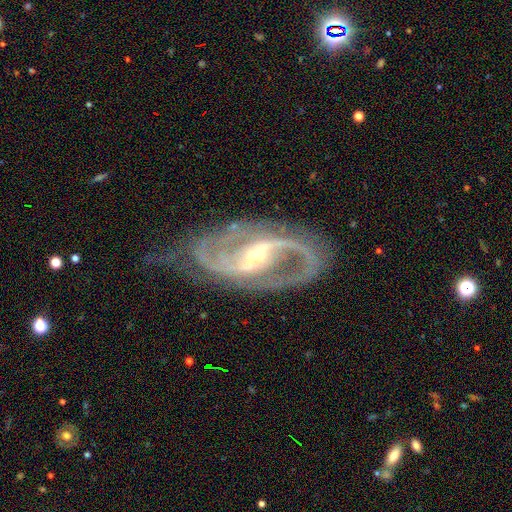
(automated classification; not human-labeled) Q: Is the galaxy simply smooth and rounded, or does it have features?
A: featured or disk — 91%.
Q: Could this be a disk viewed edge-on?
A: no — 96%.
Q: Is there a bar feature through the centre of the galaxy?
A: strong — 54%.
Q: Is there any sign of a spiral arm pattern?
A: yes — 96%.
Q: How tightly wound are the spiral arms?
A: medium — 54%.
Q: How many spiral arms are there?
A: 2 — 88%.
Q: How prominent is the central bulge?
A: small — 61%.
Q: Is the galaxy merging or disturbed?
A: none — 72%.